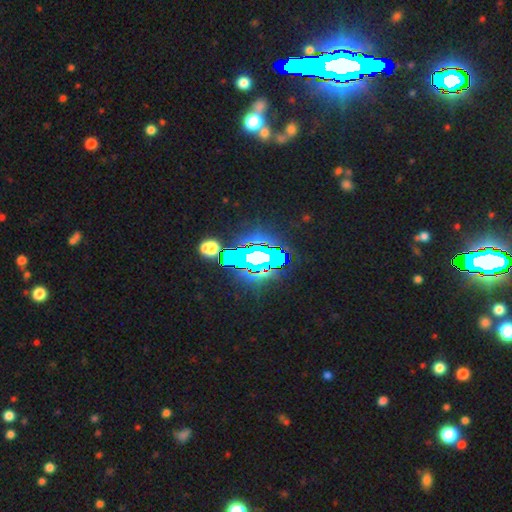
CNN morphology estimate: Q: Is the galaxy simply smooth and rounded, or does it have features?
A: star or artifact — 68%.